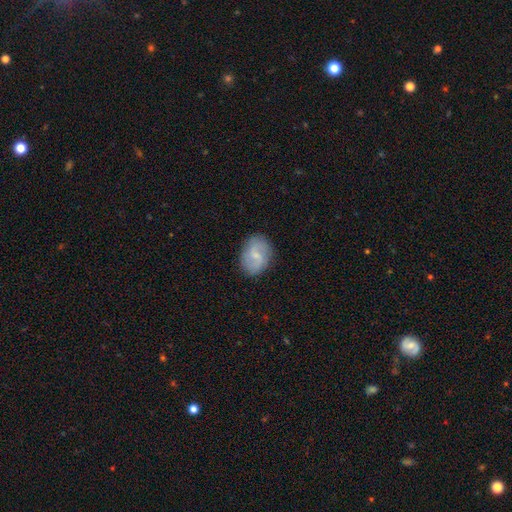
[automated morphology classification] This appears to be a featured or disk galaxy (51%). Merging: none (83%).